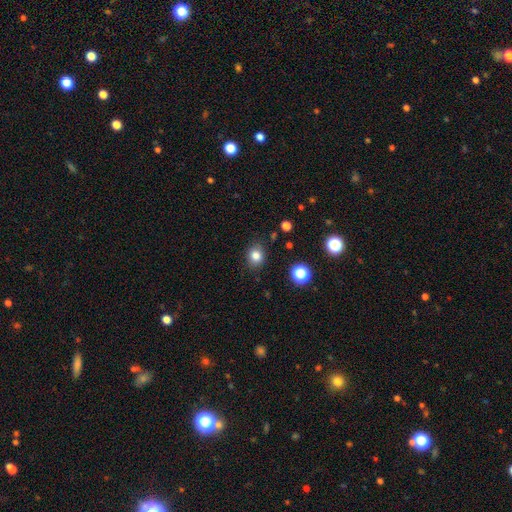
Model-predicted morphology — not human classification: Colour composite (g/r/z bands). It shows a smooth galaxy with no disk features (82%) that is round (66%). Merging: none (85%).